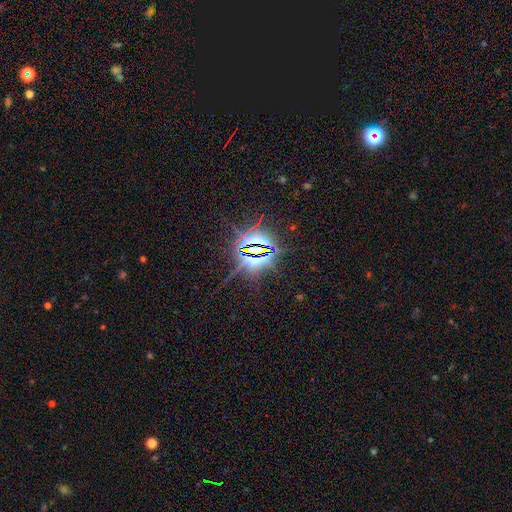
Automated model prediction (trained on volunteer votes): smooth-or-featured: star or artifact: 84% | featured or disk: 9% | smooth: 7%